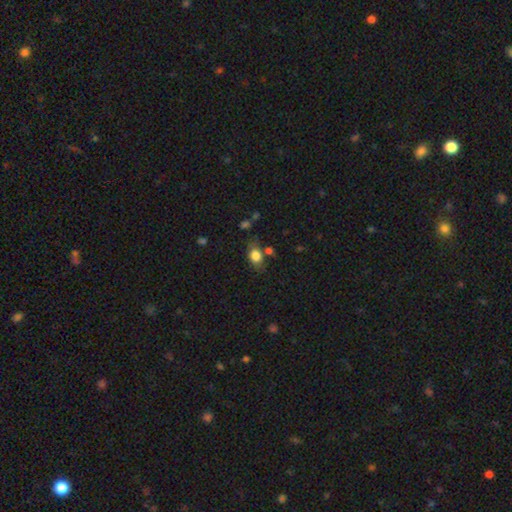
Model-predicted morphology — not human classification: Smooth or featured: smooth — 81% (star or artifact — 9%)
How rounded: in between — 72% (round — 26%)
Merging: none — 63% (minor disturbance — 20%)